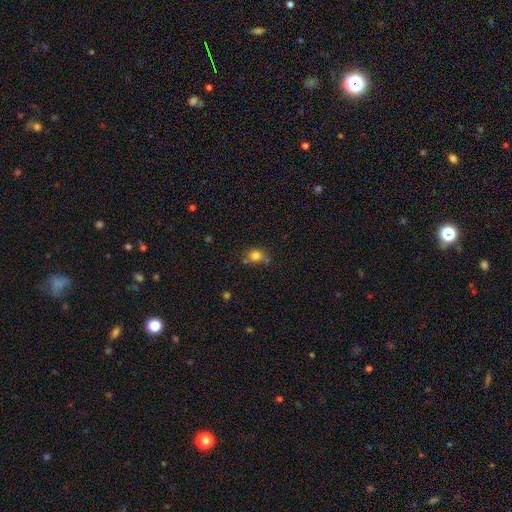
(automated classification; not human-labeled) smooth_or_featured: smooth (p=0.80) [alt: star or artifact p=0.12]
how_rounded: round (p=0.64) [alt: in between p=0.35]
merging: none (p=0.64) [alt: minor disturbance p=0.19]